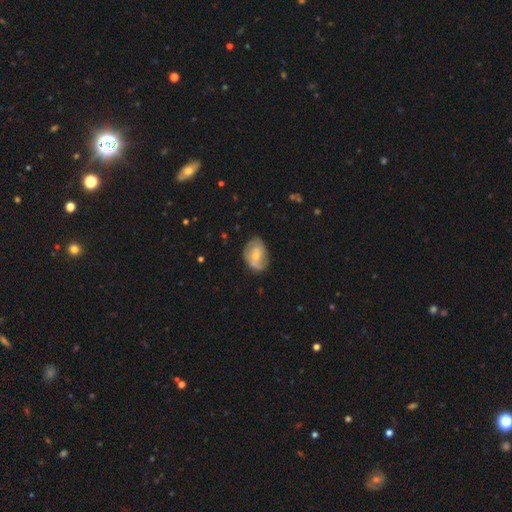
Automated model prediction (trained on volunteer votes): Smooth or featured: featured or disk — 54% (smooth — 40%)
Edge-on disk: no — 96% (yes — 4%)
Bar: no — 54% (weak — 36%)
Spiral arms: yes — 73% (no — 27%)
Bulge size: small — 51% (moderate — 43%)
Merging: none — 64% (minor disturbance — 27%)